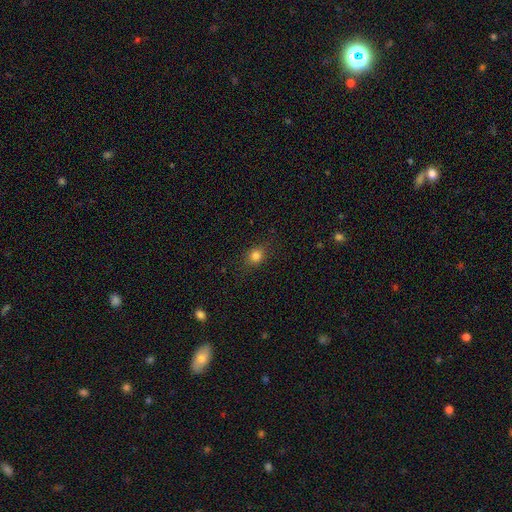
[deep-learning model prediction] This appears to be a smooth galaxy with no disk features (81%) that is round (73%). Merging: none (84%).